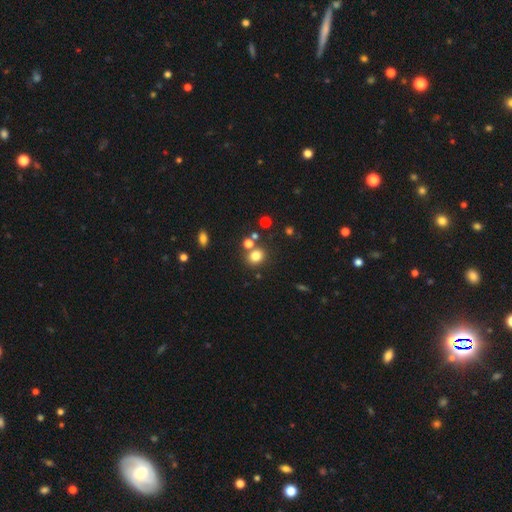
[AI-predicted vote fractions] Overall: smooth (78%). How rounded: round (68%; in between 31%). Merging: none (70%).